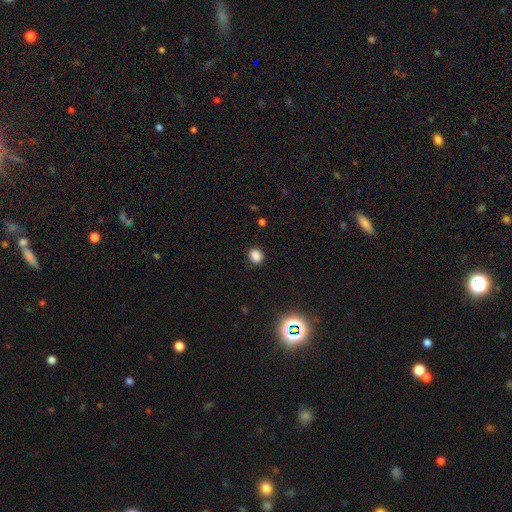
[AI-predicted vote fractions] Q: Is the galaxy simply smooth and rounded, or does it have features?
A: smooth — 84%.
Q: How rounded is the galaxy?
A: round — 71%.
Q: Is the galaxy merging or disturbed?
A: none — 88%.